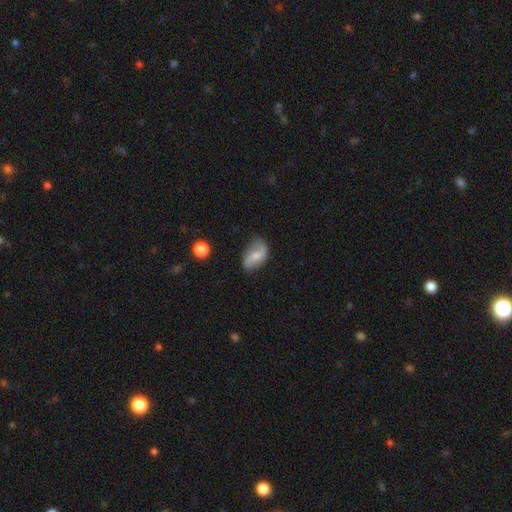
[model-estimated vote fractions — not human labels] A featured or disk galaxy (49%). Merging: none (67%).